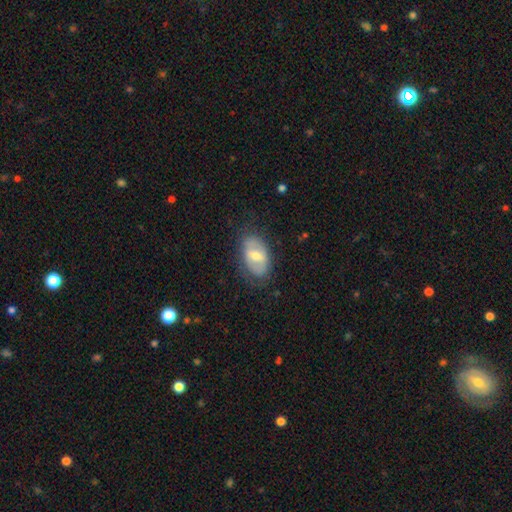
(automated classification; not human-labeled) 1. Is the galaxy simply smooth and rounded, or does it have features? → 48% featured or disk, 46% smooth, 7% star or artifact.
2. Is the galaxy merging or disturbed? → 73% none, 19% minor disturbance, 6% major disturbance, 1% merger.